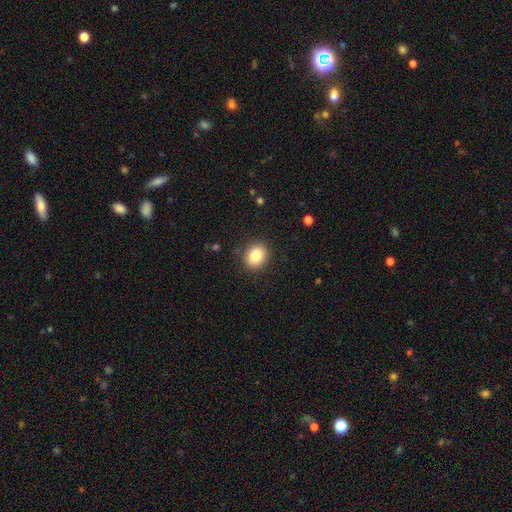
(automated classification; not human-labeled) The model was most divided on "how rounded": round: 61%, in between: 38%, cigar-shaped: 1%. More confident: merging — none (88%); smooth or featured — smooth (84%).